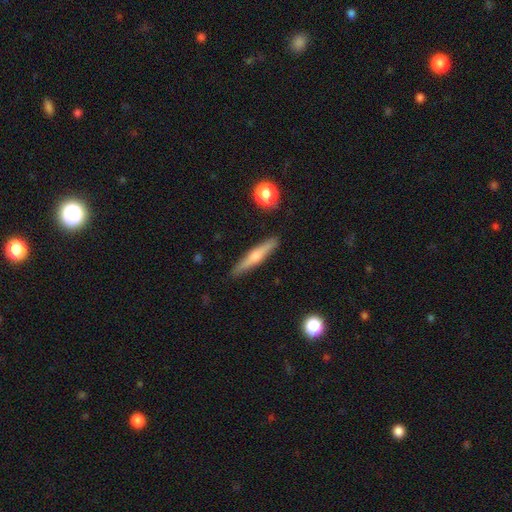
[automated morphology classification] This is possibly a featured or disk galaxy (54%). It is clearly viewed edge-on (96%). Edge-on bulge: clearly rounded (85%). Merging: clearly none (89%).